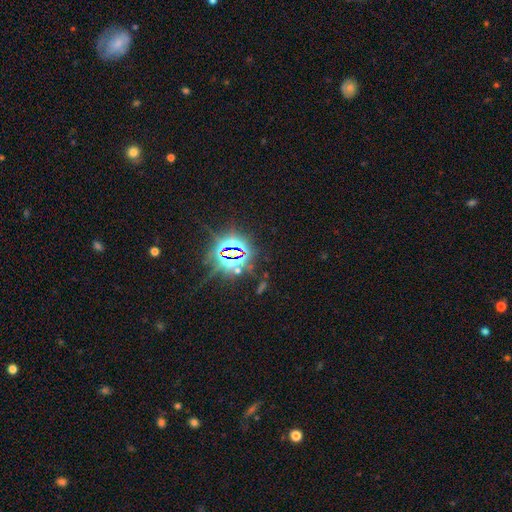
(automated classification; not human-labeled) The model was most divided on "smooth or featured": star or artifact: 83%, smooth: 10%, featured or disk: 8%.